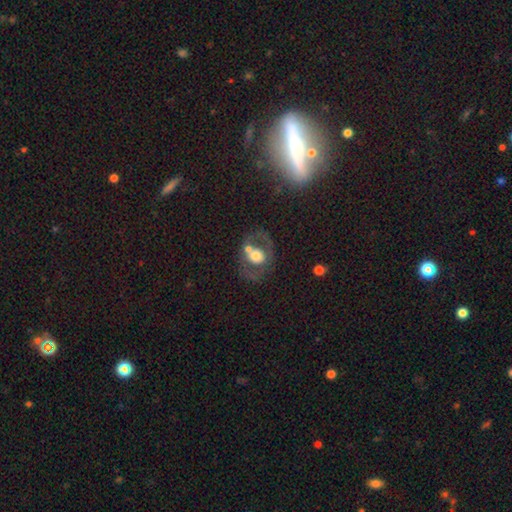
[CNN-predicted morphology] Overall: featured or disk (46%; smooth 45%). Merging: none (48%; merger 21%).